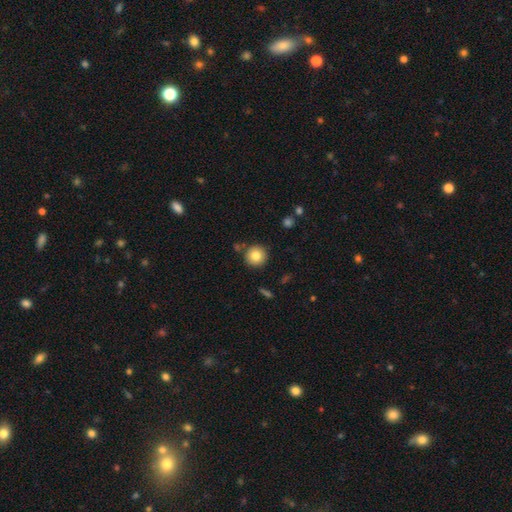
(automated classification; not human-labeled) The model was most divided on "smooth or featured": smooth: 82%, star or artifact: 10%, featured or disk: 8%. More confident: how rounded — round (95%); merging — none (86%).